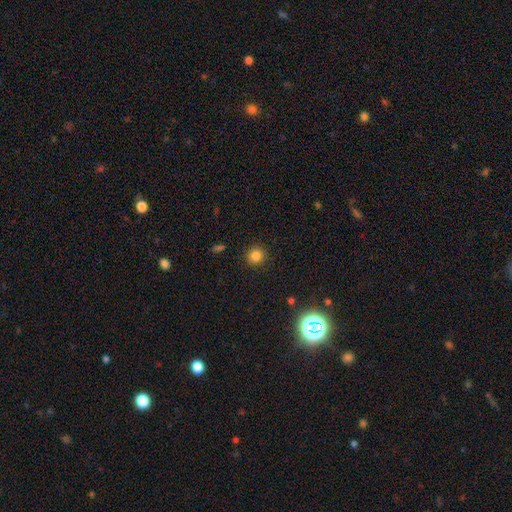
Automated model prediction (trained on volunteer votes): smooth_or_featured: smooth (p=0.82) [alt: star or artifact p=0.13]
how_rounded: round (p=0.91) [alt: in between p=0.08]
merging: none (p=0.91) [alt: minor disturbance p=0.06]